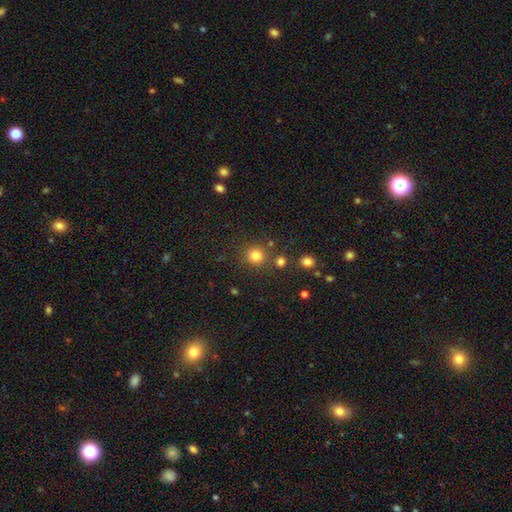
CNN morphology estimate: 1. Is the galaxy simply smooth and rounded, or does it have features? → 82% smooth, 14% star or artifact, 5% featured or disk.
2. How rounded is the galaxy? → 91% round, 8% in between, 1% cigar-shaped.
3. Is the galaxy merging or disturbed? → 82% none, 8% minor disturbance, 7% merger, 3% major disturbance.